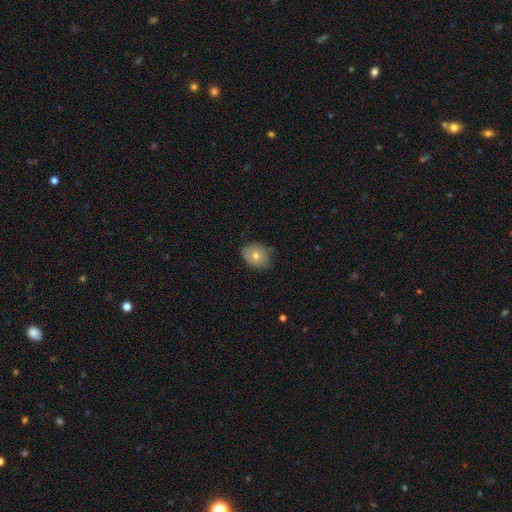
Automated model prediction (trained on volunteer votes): Smooth or featured? smooth (64%)
How rounded? in between (54%)
Merging? none (75%)